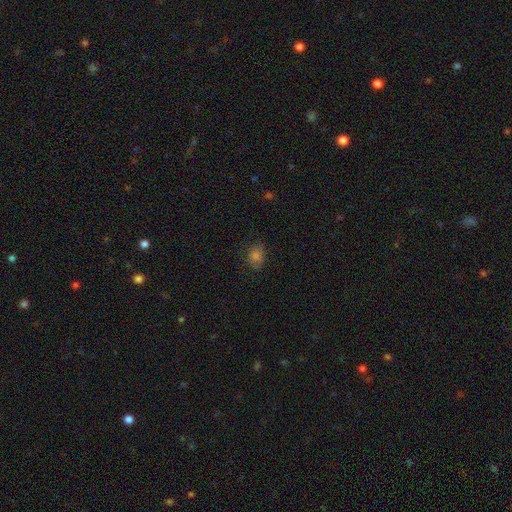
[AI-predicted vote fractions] Smooth or featured?
  - smooth: 77% *
  - star or artifact: 16%
  - featured or disk: 7%
How rounded?
  - in between: 60% *
  - round: 39%
  - cigar-shaped: 1%
Merging?
  - none: 75% *
  - minor disturbance: 19%
  - major disturbance: 5%
  - merger: 1%